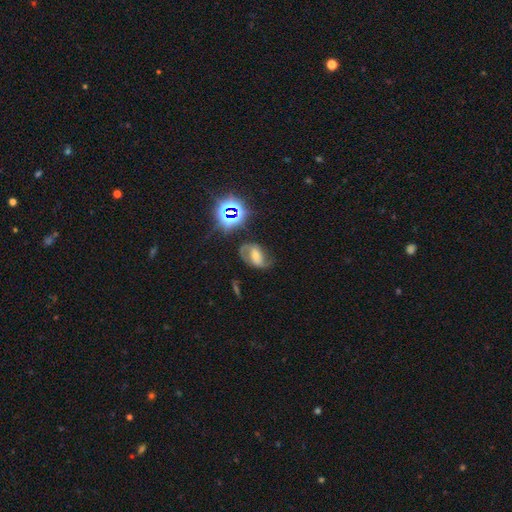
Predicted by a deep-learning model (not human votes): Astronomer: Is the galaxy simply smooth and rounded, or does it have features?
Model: featured or disk — 60%.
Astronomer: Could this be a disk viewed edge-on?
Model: no — 96%.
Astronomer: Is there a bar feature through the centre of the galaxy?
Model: weak — 42% (runner-up: strong, 30%).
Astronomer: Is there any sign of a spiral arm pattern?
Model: yes — 89%.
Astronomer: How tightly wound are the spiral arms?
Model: medium — 49% (runner-up: loose, 27%).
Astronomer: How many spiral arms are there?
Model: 2 — 81%.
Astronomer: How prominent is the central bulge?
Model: moderate — 44% (runner-up: small, 32%).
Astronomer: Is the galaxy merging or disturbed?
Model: none — 65%.